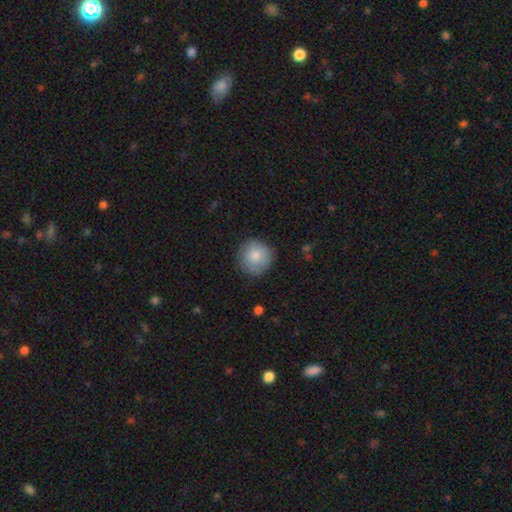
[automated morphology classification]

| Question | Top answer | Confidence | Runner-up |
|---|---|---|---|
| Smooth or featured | smooth | 82% | featured or disk (11%) |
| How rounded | round | 94% | in between (5%) |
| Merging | none | 84% | minor disturbance (12%) |